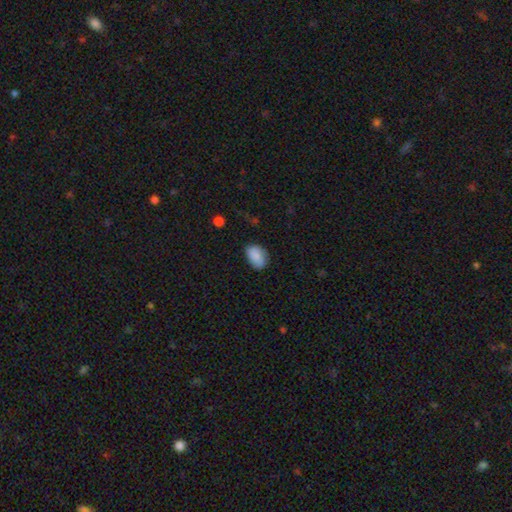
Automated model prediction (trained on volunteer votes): A smooth galaxy with no disk features (87%) that is in between round and cigar-shaped (84%). Merging: none (74%).